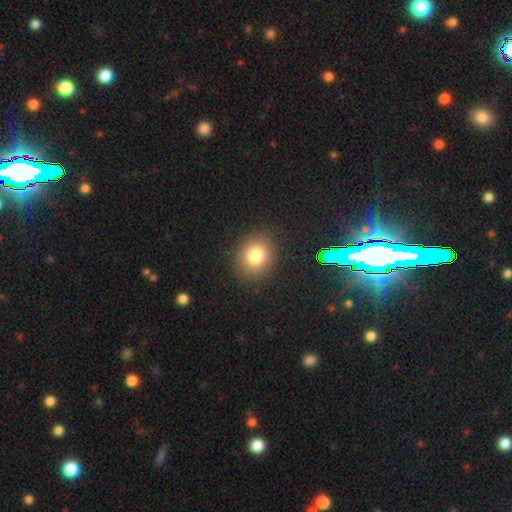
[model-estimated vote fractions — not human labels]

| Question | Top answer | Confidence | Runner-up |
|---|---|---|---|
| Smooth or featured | smooth | 79% | star or artifact (13%) |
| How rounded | round | 69% | in between (30%) |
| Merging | none | 88% | minor disturbance (8%) |